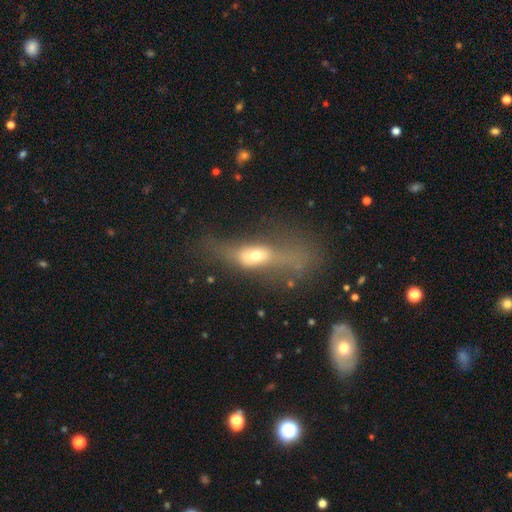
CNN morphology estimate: Overall: featured or disk (43%, tied with smooth). Merging: major disturbance (47%; none 25%).